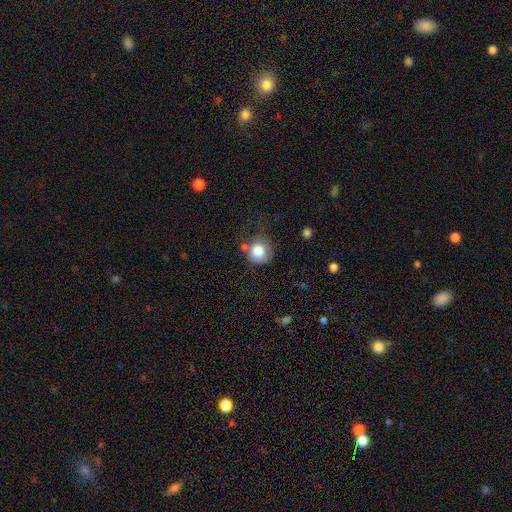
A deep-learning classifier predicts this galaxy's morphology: The model was most divided on "merging": none: 62%, minor disturbance: 22%, major disturbance: 12%, merger: 5%. More confident: how rounded — round (86%); smooth or featured — smooth (76%).